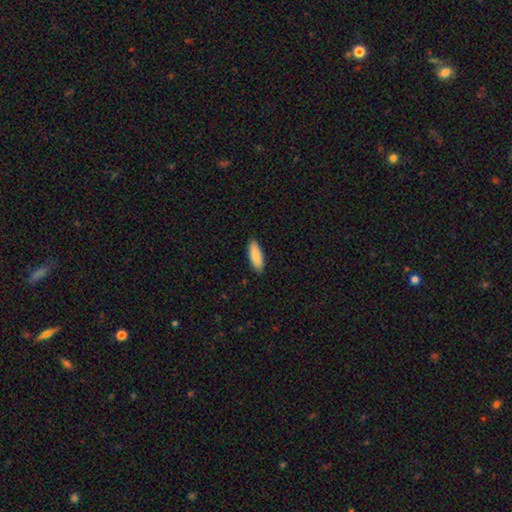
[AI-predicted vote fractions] Smooth or featured? Predicted: smooth (p=0.88). How rounded? Predicted: in between (p=0.63). Merging? Predicted: none (p=0.89).